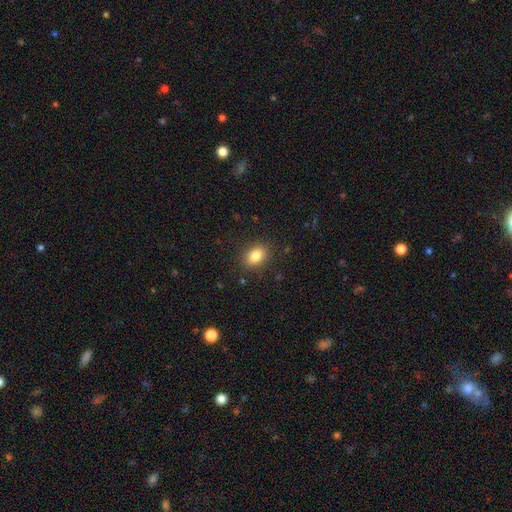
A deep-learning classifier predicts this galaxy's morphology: Smooth or featured? smooth (83%)
How rounded? in between (73%)
Merging? none (87%)